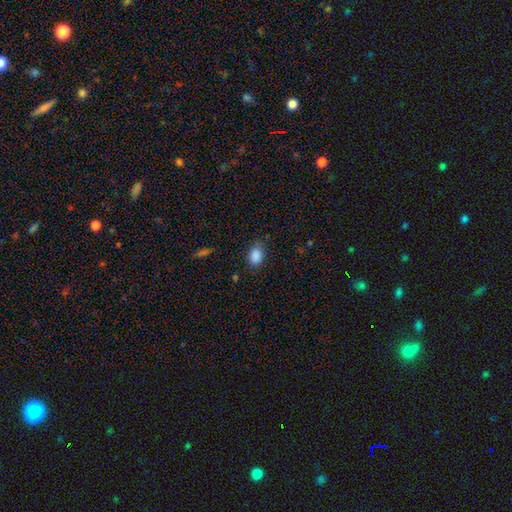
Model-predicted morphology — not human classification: smooth_or_featured: smooth (p=0.88) [alt: star or artifact p=0.09]
how_rounded: in between (p=0.73) [alt: round p=0.26]
merging: none (p=0.75) [alt: minor disturbance p=0.19]